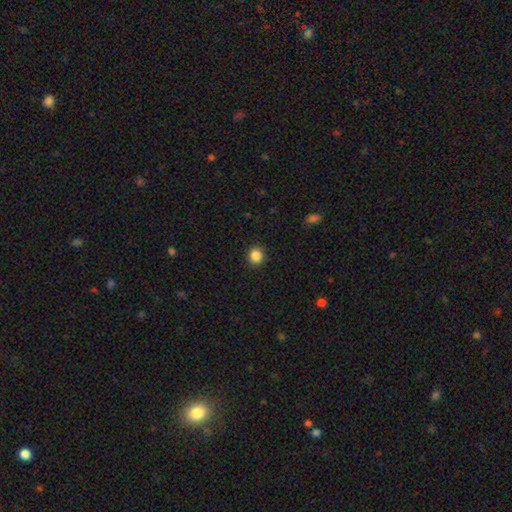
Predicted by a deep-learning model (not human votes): A smooth galaxy with no disk features (86%) that is round (89%).

Vote fractions:
- Smooth or featured? smooth: 86% / star or artifact: 11% / featured or disk: 3%
- How rounded? round: 89% / in between: 10% / cigar-shaped: 1%
- Merging? none: 91% / minor disturbance: 6% / major disturbance: 2% / merger: 1%